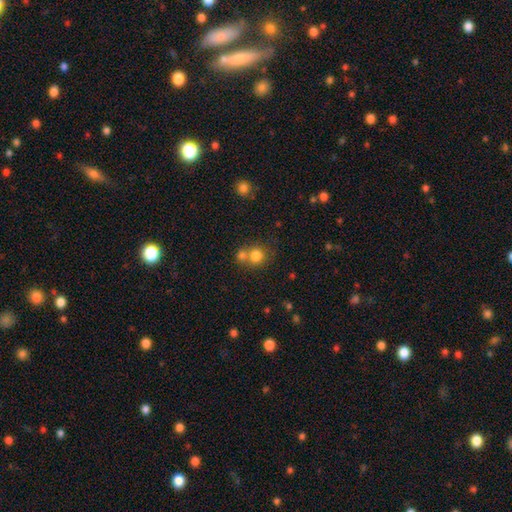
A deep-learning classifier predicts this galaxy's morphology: This is likely a smooth galaxy (77%). How rounded: clearly round (81%). Merging: possibly none (46%).